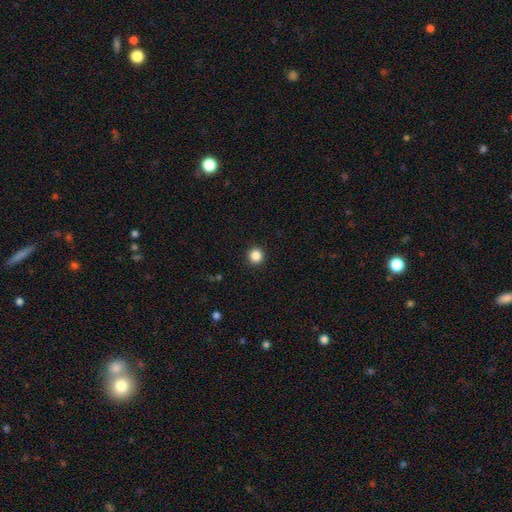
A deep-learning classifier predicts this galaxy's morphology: The model was most divided on "smooth or featured": smooth: 85%, star or artifact: 11%, featured or disk: 4%. More confident: how rounded — round (95%); merging — none (93%).